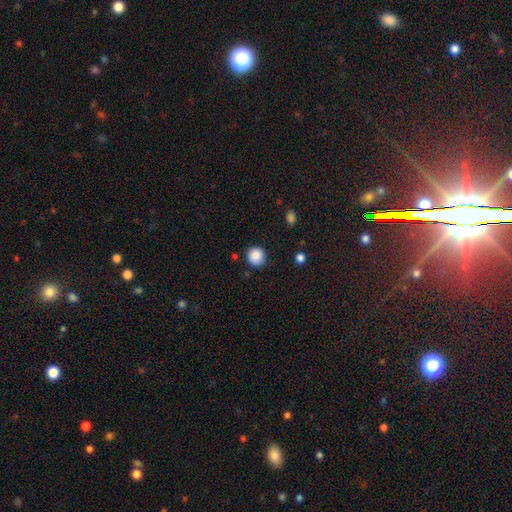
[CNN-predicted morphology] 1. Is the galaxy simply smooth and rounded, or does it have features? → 87% smooth, 9% star or artifact, 4% featured or disk.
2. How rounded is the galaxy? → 91% round, 8% in between, 1% cigar-shaped.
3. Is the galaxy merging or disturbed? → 86% none, 10% minor disturbance, 3% major disturbance, 2% merger.